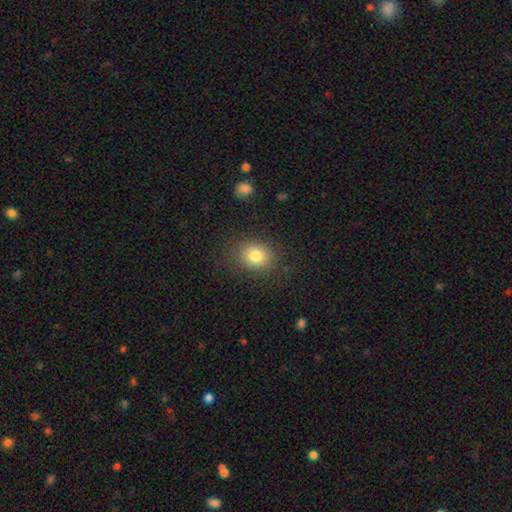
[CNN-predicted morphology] Q: Smooth or featured?
A: smooth (80%); runner-up: star or artifact (11%)
Q: How rounded?
A: round (58%); runner-up: in between (41%)
Q: Merging?
A: none (84%); runner-up: minor disturbance (11%)